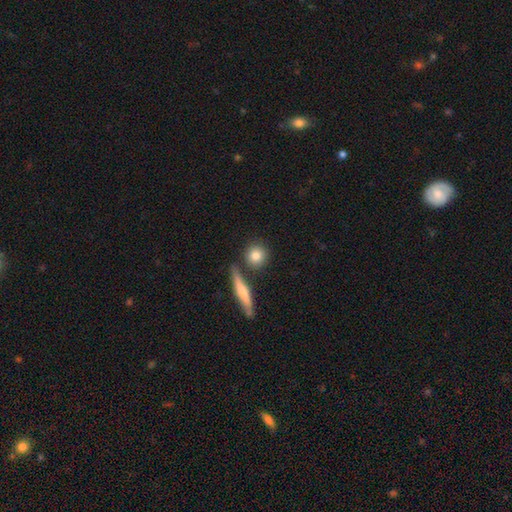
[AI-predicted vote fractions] Overall: smooth (80%). How rounded: round (84%). Merging: none (77%).